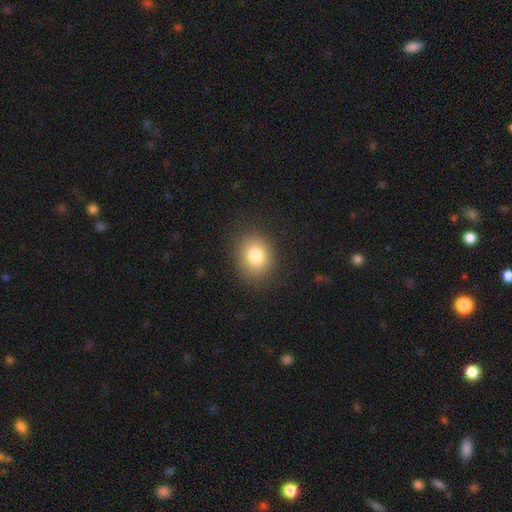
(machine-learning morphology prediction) The model was most divided on "how rounded": round: 62%, in between: 37%, cigar-shaped: 1%. More confident: merging — none (86%); smooth or featured — smooth (81%).